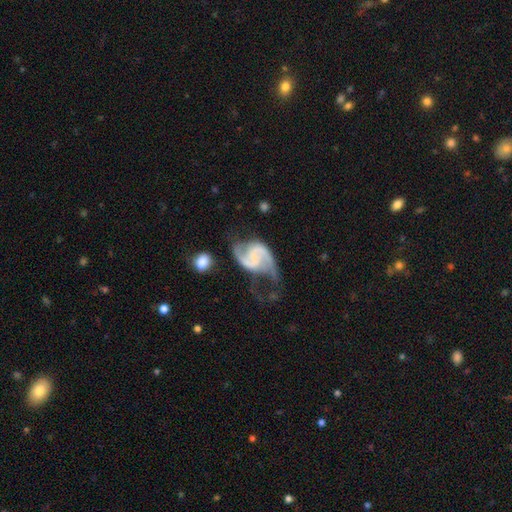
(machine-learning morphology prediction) smooth-or-featured: featured or disk: 89% | smooth: 6% | star or artifact: 5%
  disk-edge-on: no: 98% | yes: 2%
    bar: weak: 45% | no: 38% | strong: 17%
    has-spiral-arms: yes: 97% | no: 3%
      spiral-winding: medium: 46% | loose: 42% | tight: 12%
      spiral-arm-count: 2: 92% | can't tell: 2% | 1: 2% | 3: 2% | 4: 1% | more than 4: 1%
    bulge-size: none: 52% | small: 32% | moderate: 12% | large: 3% | dominant: 1%
  merging: none: 50% | major disturbance: 23% | minor disturbance: 22% | merger: 5%